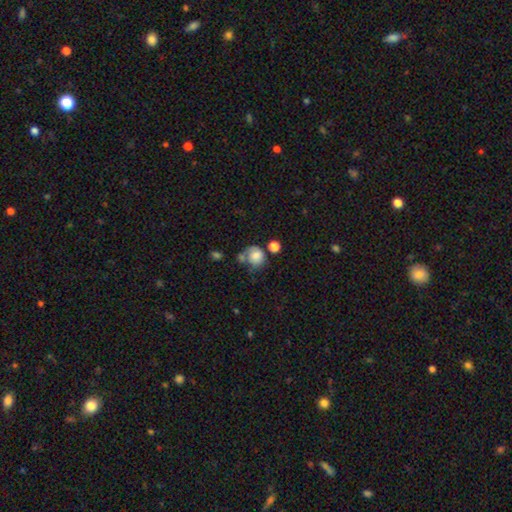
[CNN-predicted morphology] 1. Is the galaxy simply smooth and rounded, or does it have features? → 70% smooth, 21% featured or disk, 9% star or artifact.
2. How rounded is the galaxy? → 72% round, 27% in between, 1% cigar-shaped.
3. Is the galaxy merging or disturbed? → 36% none, 24% merger, 23% minor disturbance, 17% major disturbance.